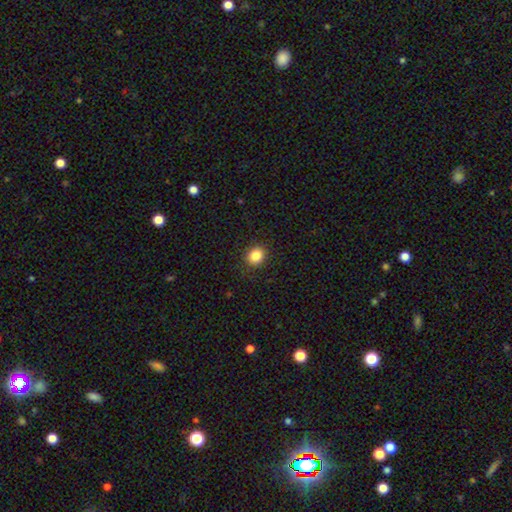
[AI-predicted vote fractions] smooth_or_featured: smooth (p=0.85) [alt: star or artifact p=0.10]
how_rounded: round (p=0.69) [alt: in between p=0.30]
merging: none (p=0.89) [alt: minor disturbance p=0.08]